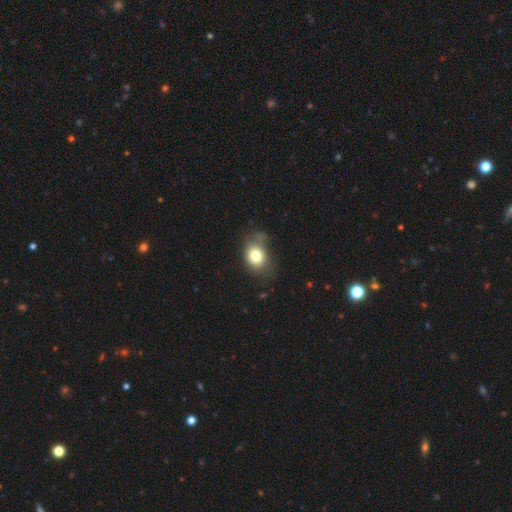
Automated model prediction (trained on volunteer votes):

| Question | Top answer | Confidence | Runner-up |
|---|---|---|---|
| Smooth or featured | smooth | 76% | featured or disk (14%) |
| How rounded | in between | 58% | round (41%) |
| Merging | none | 42% | minor disturbance (33%) |